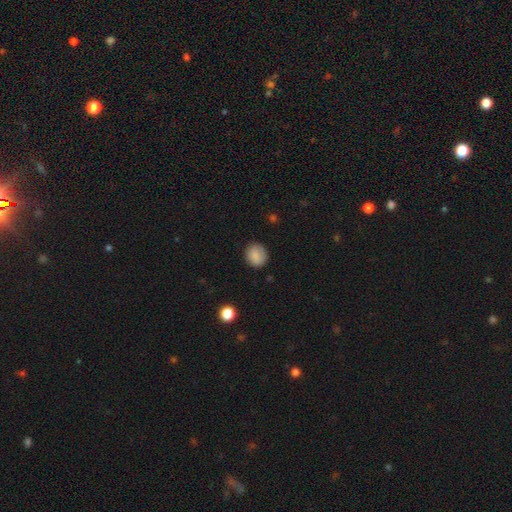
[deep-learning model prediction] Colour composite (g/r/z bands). It shows a smooth galaxy with no disk features (86%) that is round (74%). Merging: none (84%).